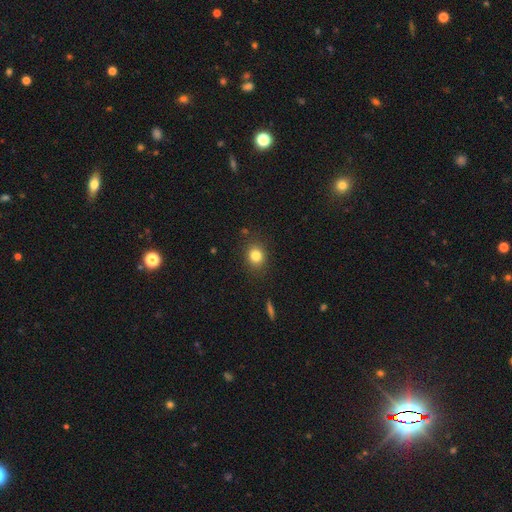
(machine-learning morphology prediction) Smooth or featured? Predicted: smooth (p=0.82). How rounded? Predicted: round (p=0.66). Merging? Predicted: none (p=0.86).